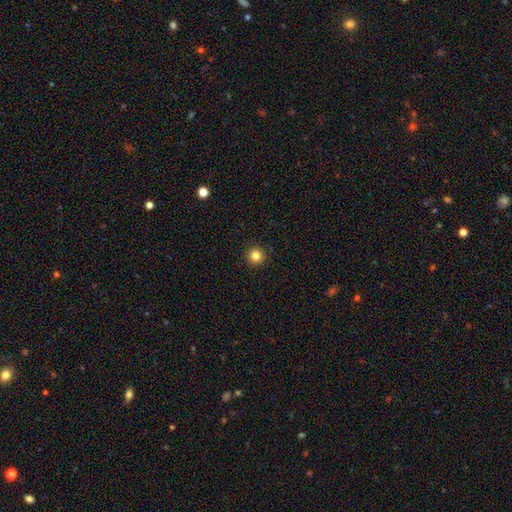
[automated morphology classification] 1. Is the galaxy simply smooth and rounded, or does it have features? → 83% smooth, 12% star or artifact, 5% featured or disk.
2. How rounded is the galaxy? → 96% round, 3% in between, 1% cigar-shaped.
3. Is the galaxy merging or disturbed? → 93% none, 5% minor disturbance, 2% major disturbance, 1% merger.